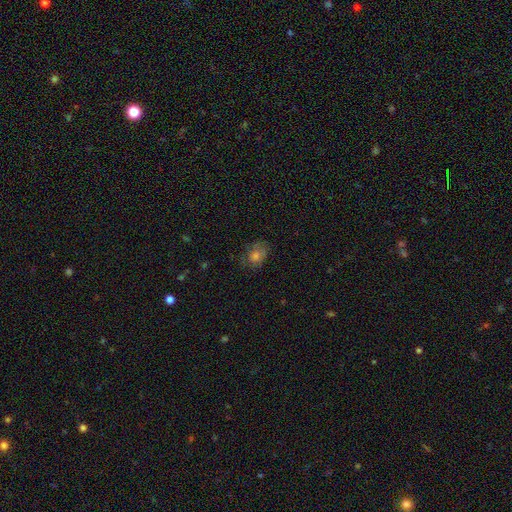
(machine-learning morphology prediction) The model was most divided on "how rounded": in between: 57%, round: 42%, cigar-shaped: 1%. More confident: merging — none (69%); smooth or featured — smooth (61%).